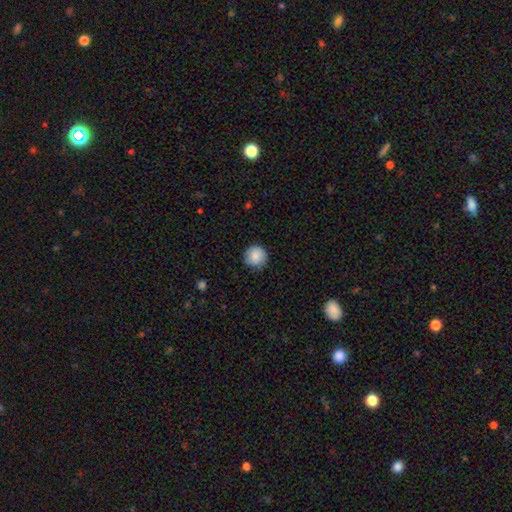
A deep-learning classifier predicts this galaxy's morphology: smooth_or_featured: smooth (p=0.87) [alt: star or artifact p=0.07]
how_rounded: round (p=0.95) [alt: in between p=0.05]
merging: none (p=0.84) [alt: minor disturbance p=0.13]